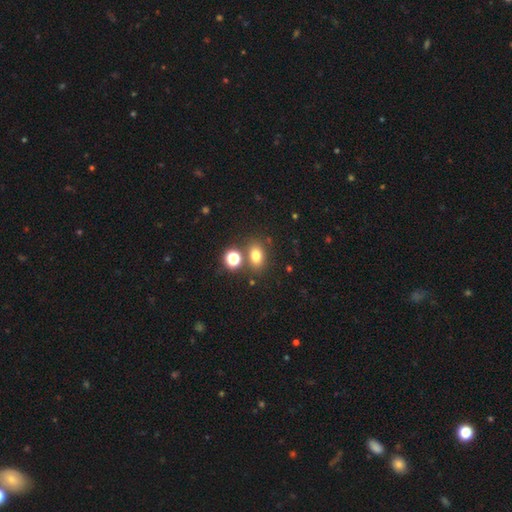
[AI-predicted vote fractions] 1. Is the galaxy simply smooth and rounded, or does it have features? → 76% smooth, 16% star or artifact, 9% featured or disk.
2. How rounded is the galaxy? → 65% in between, 33% round, 2% cigar-shaped.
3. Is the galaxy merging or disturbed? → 71% none, 15% merger, 10% minor disturbance, 4% major disturbance.